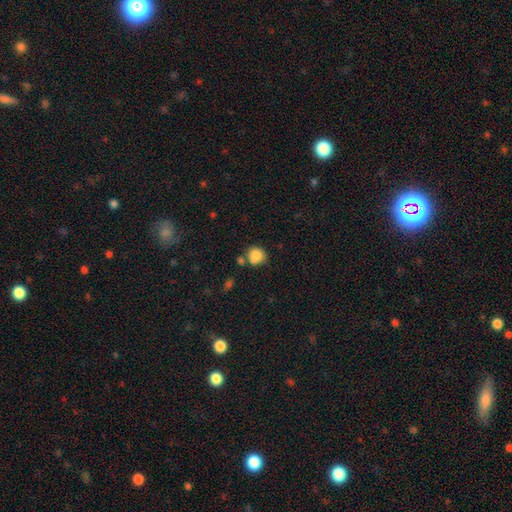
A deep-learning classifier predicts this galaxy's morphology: Smooth or featured? Predicted: smooth (p=0.85). How rounded? Predicted: round (p=0.79). Merging? Predicted: none (p=0.61).